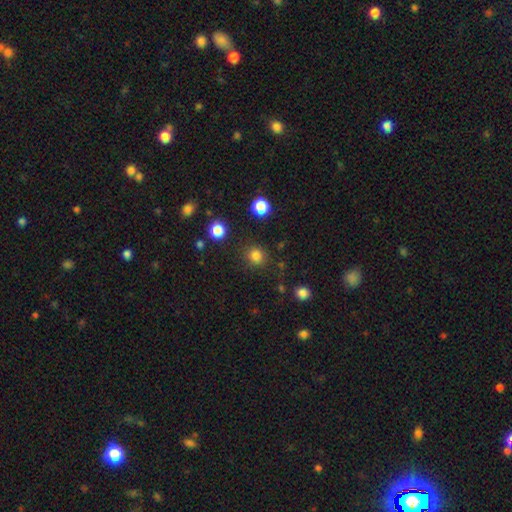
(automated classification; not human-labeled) smooth-or-featured: smooth: 82% | star or artifact: 14% | featured or disk: 4%
  how-rounded: round: 88% | in between: 11% | cigar-shaped: 1%
  merging: none: 86% | minor disturbance: 8% | major disturbance: 3% | merger: 2%